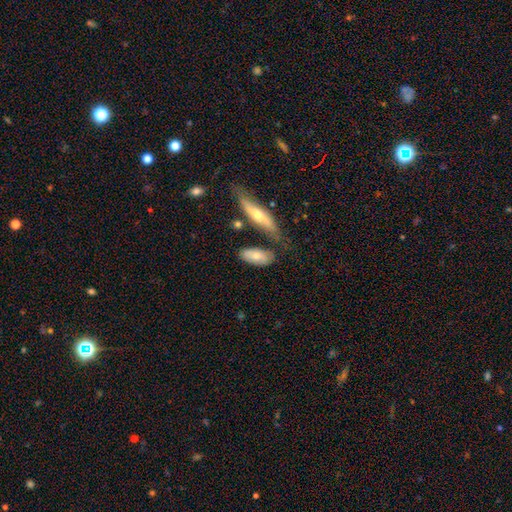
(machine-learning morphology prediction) Overall: smooth (69%). How rounded: in between (85%). Merging: none (59%; minor disturbance 20%).